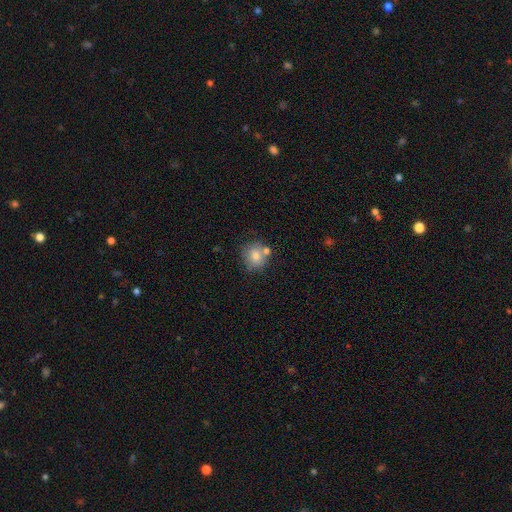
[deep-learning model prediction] smooth_or_featured: smooth (p=0.78) [alt: featured or disk p=0.12]
how_rounded: round (p=0.85) [alt: in between p=0.14]
merging: none (p=0.64) [alt: merger p=0.19]